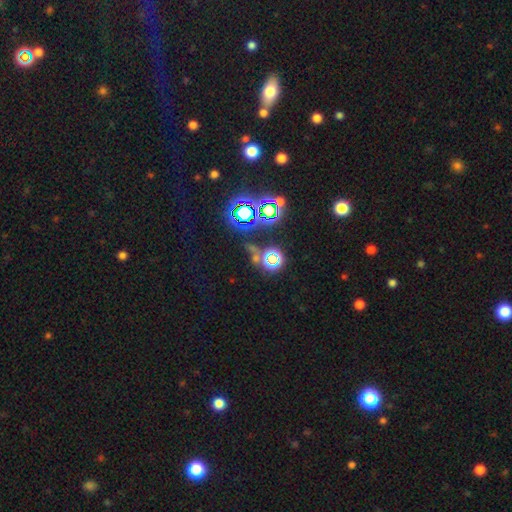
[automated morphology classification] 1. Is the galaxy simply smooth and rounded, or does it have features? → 70% star or artifact, 22% smooth, 8% featured or disk.